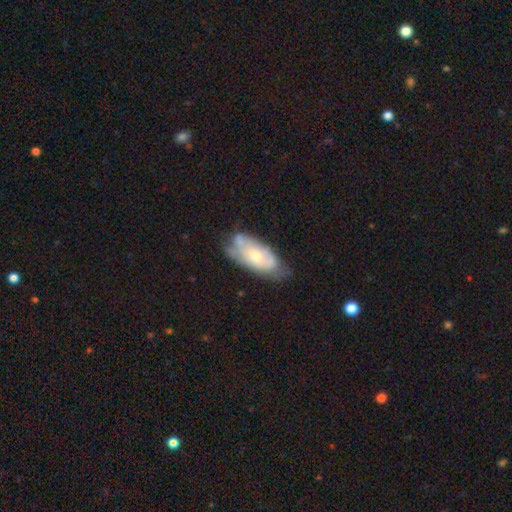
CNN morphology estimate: Q: Smooth or featured?
A: featured or disk (56%); runner-up: smooth (38%)
Q: Edge-on disk?
A: no (89%); runner-up: yes (11%)
Q: Merging?
A: none (51%); runner-up: minor disturbance (32%)